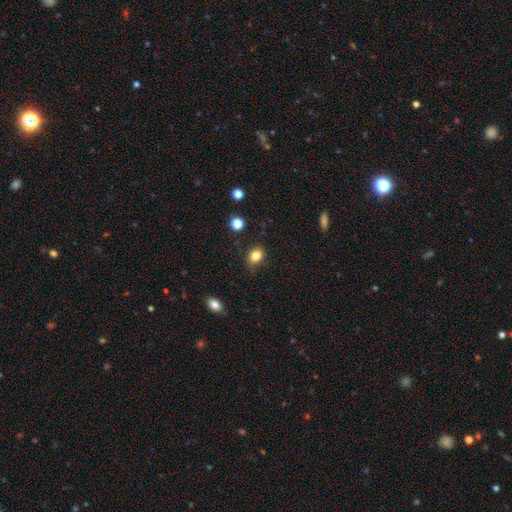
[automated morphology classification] Smooth or featured?
  - smooth: 83% *
  - star or artifact: 11%
  - featured or disk: 6%
How rounded?
  - in between: 58% *
  - round: 41%
  - cigar-shaped: 1%
Merging?
  - none: 76% *
  - minor disturbance: 18%
  - major disturbance: 4%
  - merger: 2%